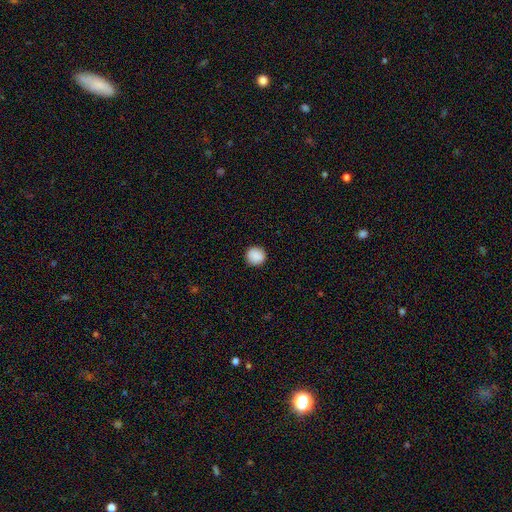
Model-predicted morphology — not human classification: Smooth or featured? smooth (89%)
How rounded? round (95%)
Merging? none (92%)